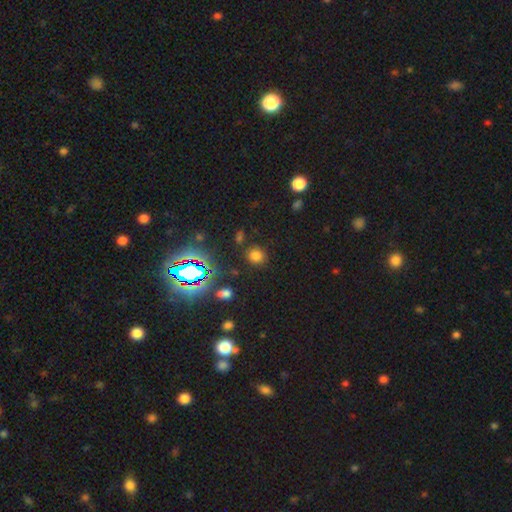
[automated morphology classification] type=smooth (67%); roundness=round (81%); merging=none (84%).